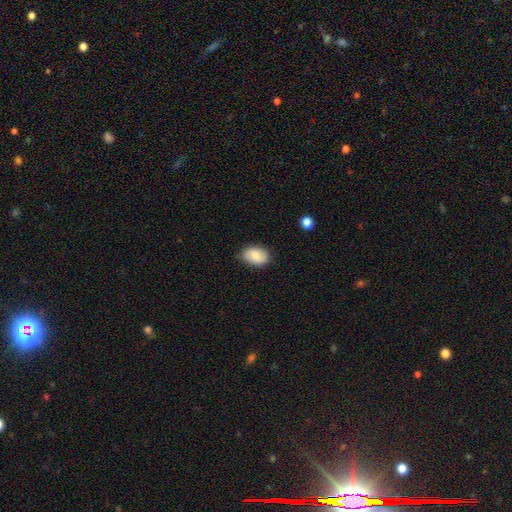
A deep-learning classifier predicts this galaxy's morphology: Smooth or featured? smooth (80%)
How rounded? in between (86%)
Merging? none (82%)